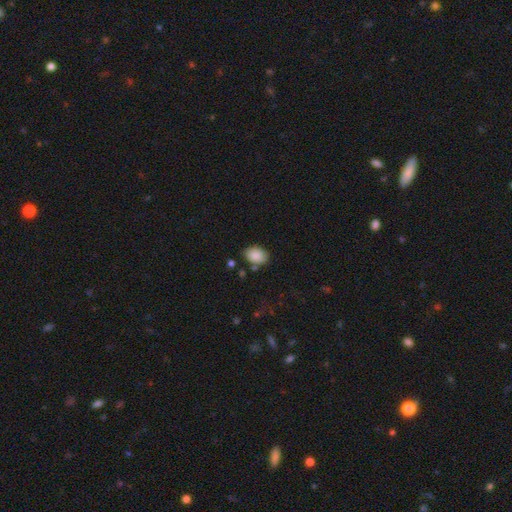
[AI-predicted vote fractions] Q: Smooth or featured?
A: smooth (87%); runner-up: star or artifact (7%)
Q: How rounded?
A: in between (79%); runner-up: round (20%)
Q: Merging?
A: none (76%); runner-up: minor disturbance (16%)